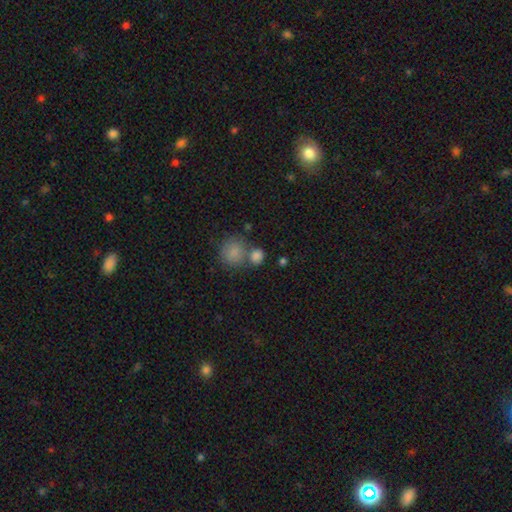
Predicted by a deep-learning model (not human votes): Overall: smooth (83%). How rounded: round (70%). Merging: none (50%; merger 35%).